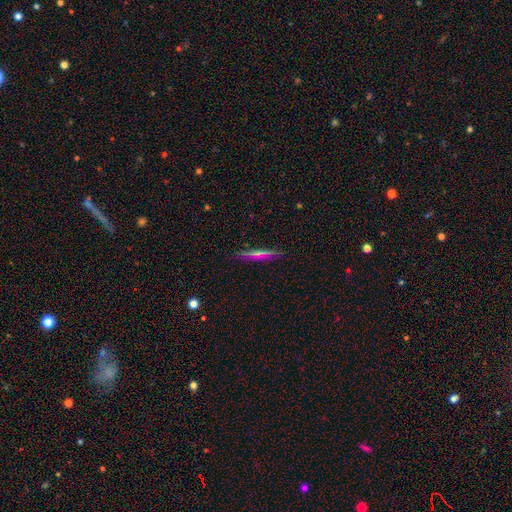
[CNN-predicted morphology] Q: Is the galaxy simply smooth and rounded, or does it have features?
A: featured or disk — 53%.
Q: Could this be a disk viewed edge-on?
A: yes — 94%.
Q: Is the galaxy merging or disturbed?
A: none — 89%.